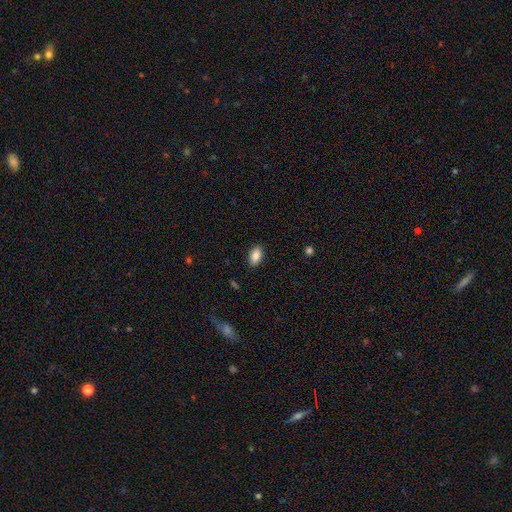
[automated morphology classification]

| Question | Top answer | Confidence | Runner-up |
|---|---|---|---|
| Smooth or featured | smooth | 87% | star or artifact (7%) |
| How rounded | in between | 93% | round (4%) |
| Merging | none | 88% | minor disturbance (9%) |